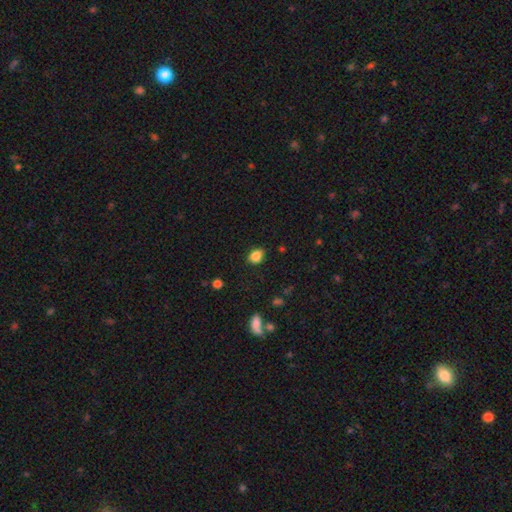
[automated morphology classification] Smooth or featured?
  - smooth: 84% *
  - star or artifact: 10%
  - featured or disk: 5%
How rounded?
  - in between: 54% *
  - round: 45%
  - cigar-shaped: 1%
Merging?
  - none: 74% *
  - minor disturbance: 20%
  - major disturbance: 4%
  - merger: 2%